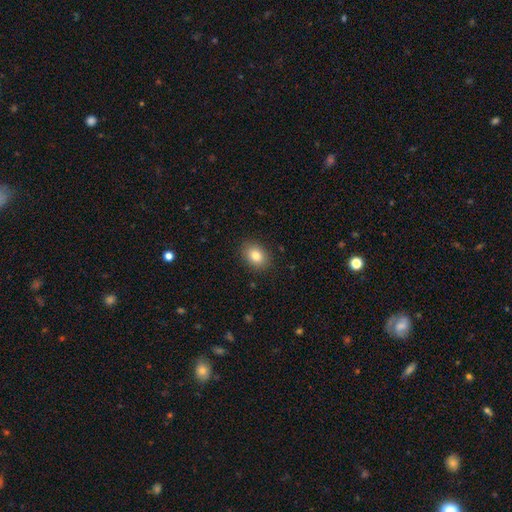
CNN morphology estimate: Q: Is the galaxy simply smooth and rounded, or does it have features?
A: smooth — 83%.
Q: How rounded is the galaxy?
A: in between — 69%.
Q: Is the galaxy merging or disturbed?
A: none — 88%.